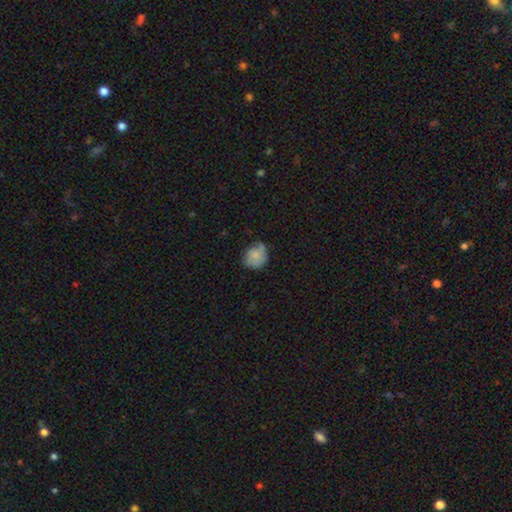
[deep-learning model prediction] This appears to be a smooth galaxy with no disk features (69%) that is round (66%). Merging: none (55%).